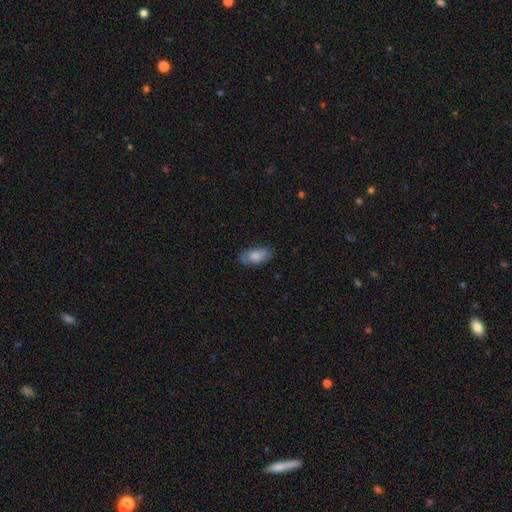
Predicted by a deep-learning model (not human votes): This is likely a smooth galaxy (77%). How rounded: clearly in between (92%). Merging: likely none (76%).